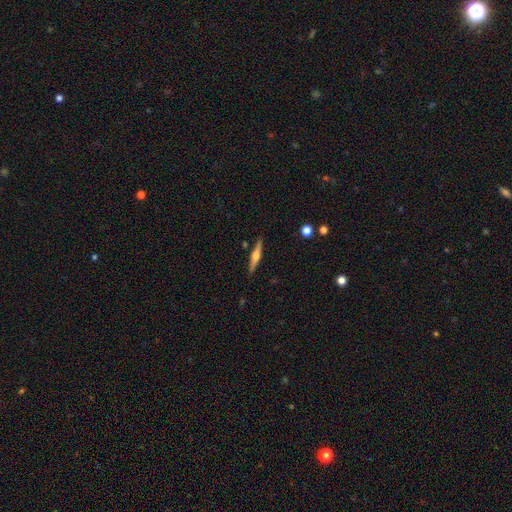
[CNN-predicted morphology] featured or disk 66%, smooth 28%, star or artifact 6%. Down the decision tree: edge-on disk — yes (97%); edge-on bulge — rounded (88%); merging — none (89%).